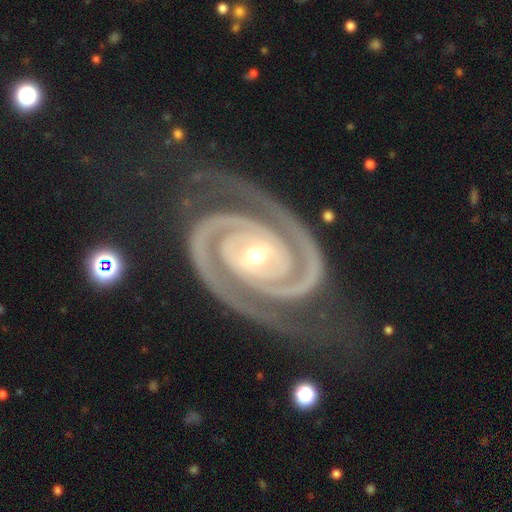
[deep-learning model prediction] featured or disk 94%, star or artifact 4%, smooth 2%. Down the decision tree: edge-on disk — no (98%); bar — no (54%); spiral arms — yes (99%); spiral arm count — 2 (93%); spiral winding — tight (79%); bulge size — small (62%); merging — none (77%).